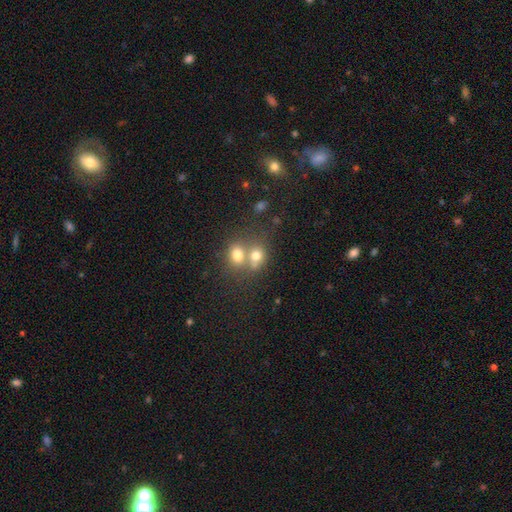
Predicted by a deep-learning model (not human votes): Smooth or featured? smooth (72%)
How rounded? round (64%)
Merging? merger (58%)